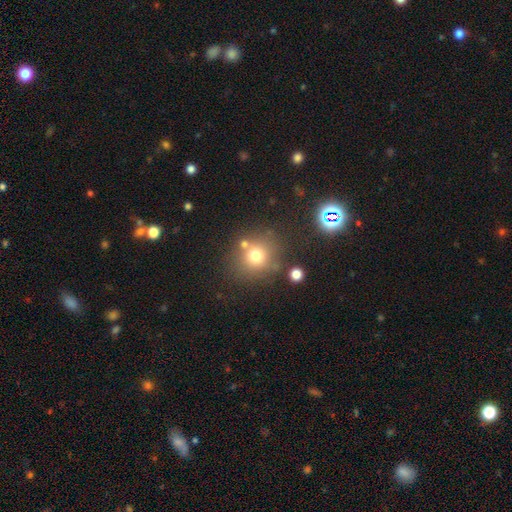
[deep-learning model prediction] smooth_or_featured: smooth (p=0.72) [alt: star or artifact p=0.16]
how_rounded: round (p=0.84) [alt: in between p=0.15]
merging: none (p=0.72) [alt: minor disturbance p=0.12]